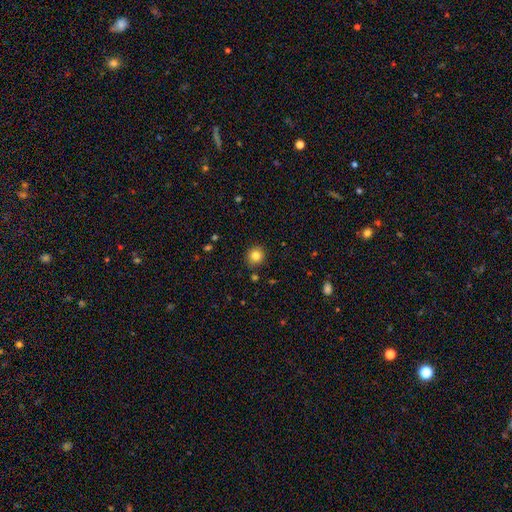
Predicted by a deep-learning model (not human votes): smooth 83%, star or artifact 11%, featured or disk 6%. Down the decision tree: how rounded — round (90%); merging — none (88%).